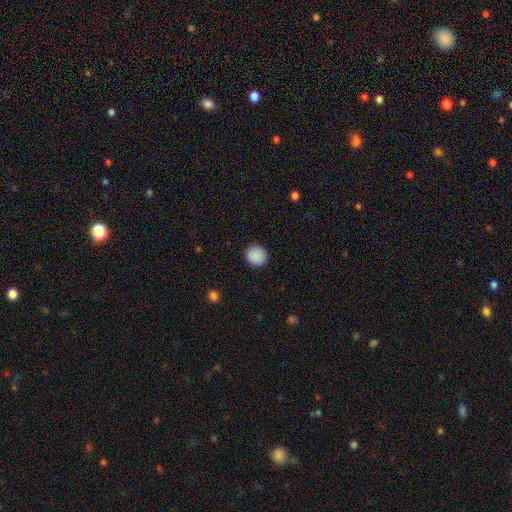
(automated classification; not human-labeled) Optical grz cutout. It shows a smooth galaxy with no disk features (90%) that is round (93%). Merging: none (92%).